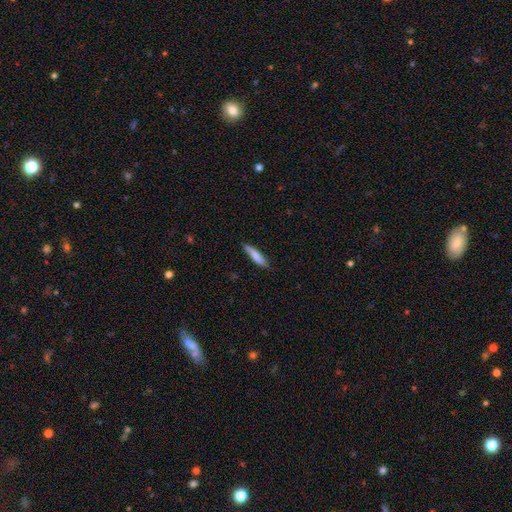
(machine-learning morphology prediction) smooth-or-featured: smooth: 81% | featured or disk: 13% | star or artifact: 6%
  how-rounded: cigar-shaped: 82% | in between: 17% | round: 1%
  merging: none: 81% | minor disturbance: 16% | major disturbance: 2% | merger: 1%